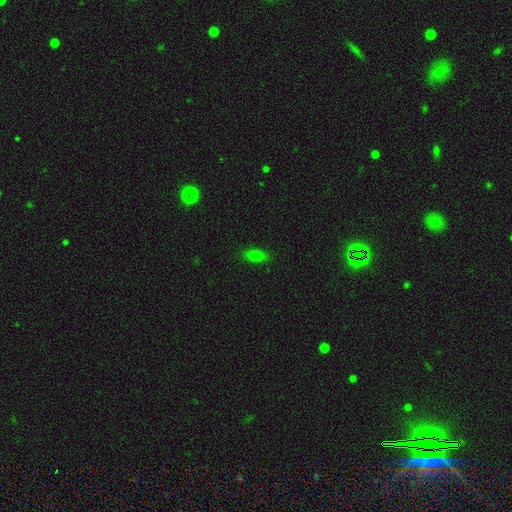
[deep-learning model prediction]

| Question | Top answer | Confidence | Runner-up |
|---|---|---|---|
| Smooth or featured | smooth | 73% | star or artifact (14%) |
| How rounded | in between | 76% | cigar-shaped (14%) |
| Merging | none | 86% | minor disturbance (11%) |